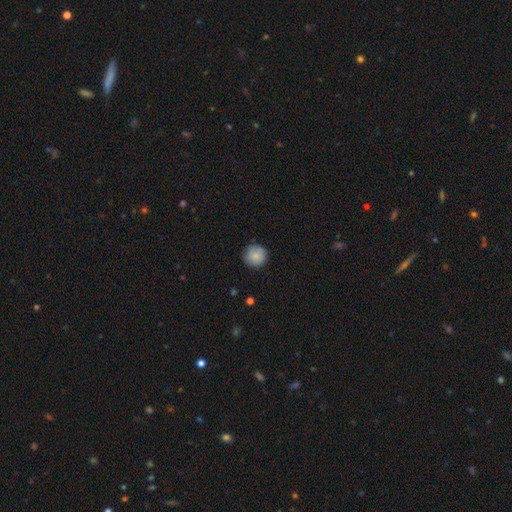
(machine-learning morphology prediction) A smooth galaxy with no disk features (85%) that is round (94%).

Vote fractions:
- Smooth or featured? smooth: 85% / featured or disk: 7% / star or artifact: 7%
- How rounded? round: 94% / in between: 5% / cigar-shaped: 1%
- Merging? none: 87% / minor disturbance: 10% / major disturbance: 2% / merger: 1%